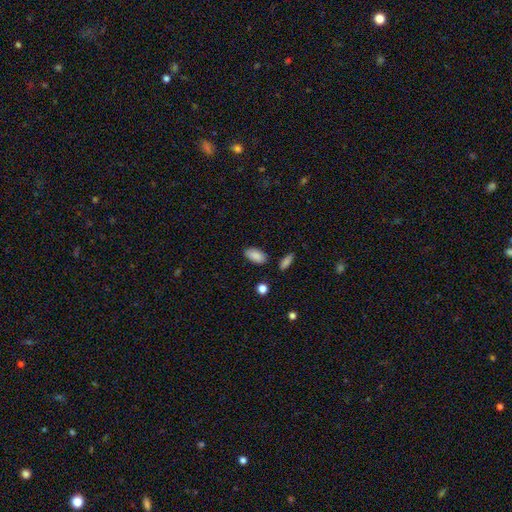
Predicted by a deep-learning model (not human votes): Overall: smooth (87%). How rounded: in between (93%). Merging: none (81%).